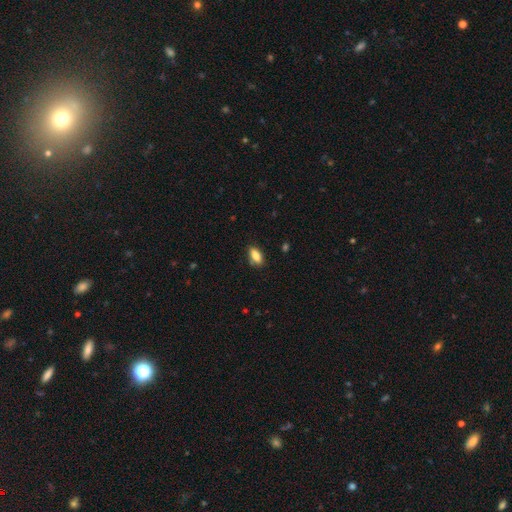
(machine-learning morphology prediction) type=smooth (84%); roundness=in between (85%); merging=none (81%).